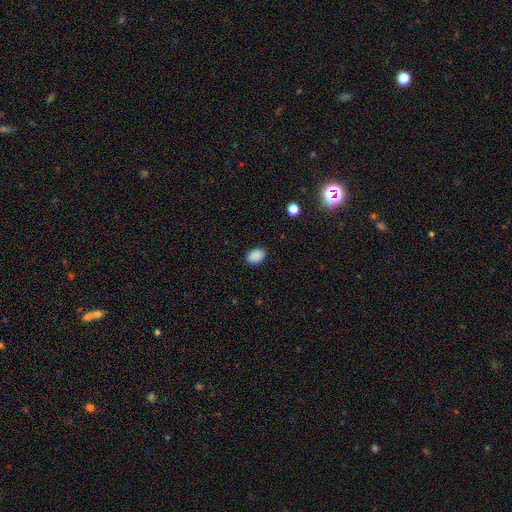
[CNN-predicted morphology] Smooth or featured?
  - smooth: 89% *
  - star or artifact: 8%
  - featured or disk: 2%
How rounded?
  - in between: 82% *
  - round: 17%
  - cigar-shaped: 1%
Merging?
  - none: 89% *
  - minor disturbance: 8%
  - major disturbance: 2%
  - merger: 1%